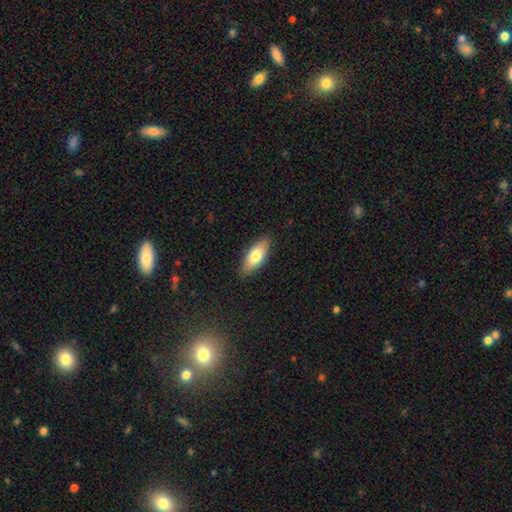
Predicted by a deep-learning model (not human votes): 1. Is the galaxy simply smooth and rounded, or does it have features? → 75% smooth, 19% featured or disk, 6% star or artifact.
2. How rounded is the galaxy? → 76% in between, 22% cigar-shaped, 2% round.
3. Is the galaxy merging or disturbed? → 87% none, 10% minor disturbance, 2% major disturbance, 1% merger.